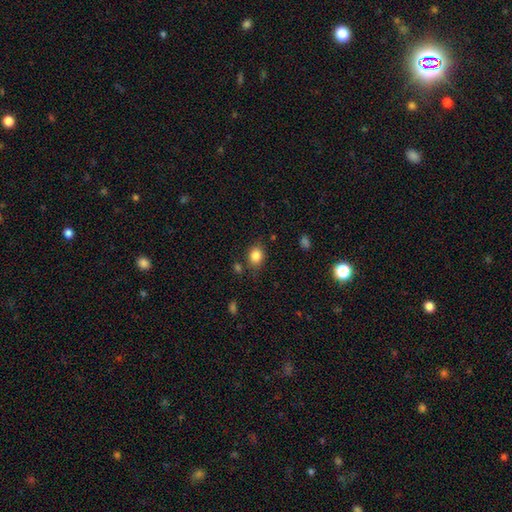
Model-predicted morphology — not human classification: Q: Smooth or featured?
A: smooth (84%); runner-up: star or artifact (10%)
Q: How rounded?
A: in between (53%); runner-up: round (46%)
Q: Merging?
A: none (78%); runner-up: minor disturbance (14%)